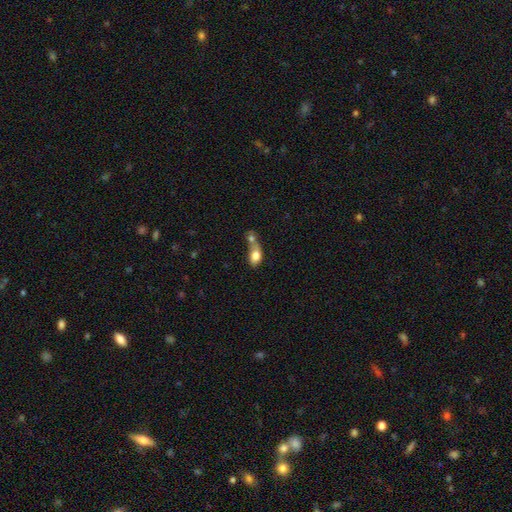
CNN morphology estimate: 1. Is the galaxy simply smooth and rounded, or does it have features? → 77% smooth, 15% featured or disk, 8% star or artifact.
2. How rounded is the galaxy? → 77% in between, 19% round, 4% cigar-shaped.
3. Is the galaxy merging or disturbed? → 62% merger, 19% none, 10% minor disturbance, 9% major disturbance.